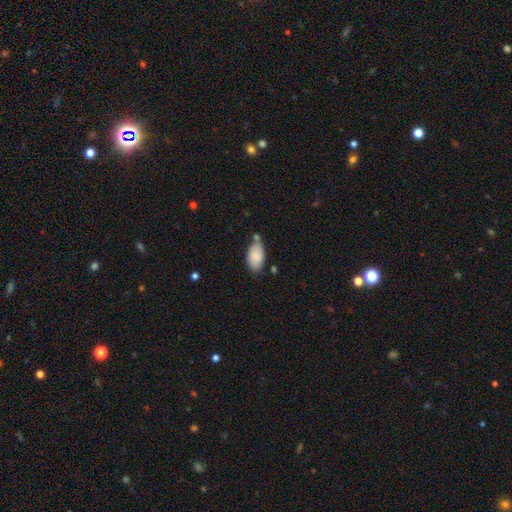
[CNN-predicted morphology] Overall: smooth (86%). How rounded: in between (94%). Merging: none (58%; minor disturbance 24%).